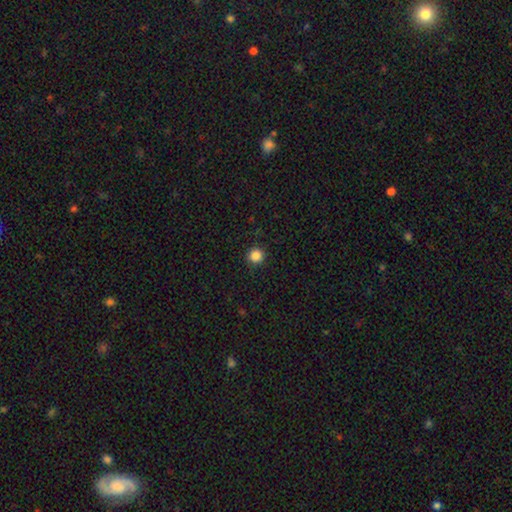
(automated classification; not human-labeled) Smooth or featured? smooth (86%)
How rounded? round (95%)
Merging? none (92%)